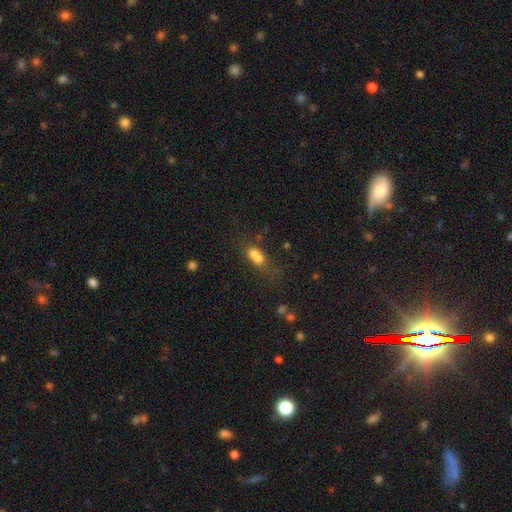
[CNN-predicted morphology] The model was most divided on "merging": merger: 55%, none: 25%, minor disturbance: 11%, major disturbance: 9%. More confident: smooth or featured — smooth (67%); how rounded — in between (62%).